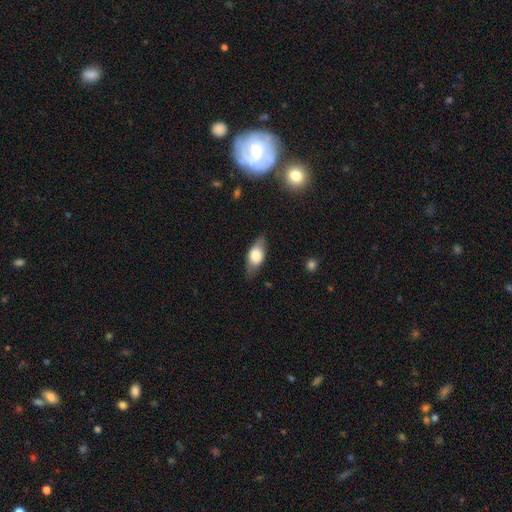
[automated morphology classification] This appears to be a smooth galaxy with no disk features (65%) that is in between round and cigar-shaped (82%). Merging: none (80%).